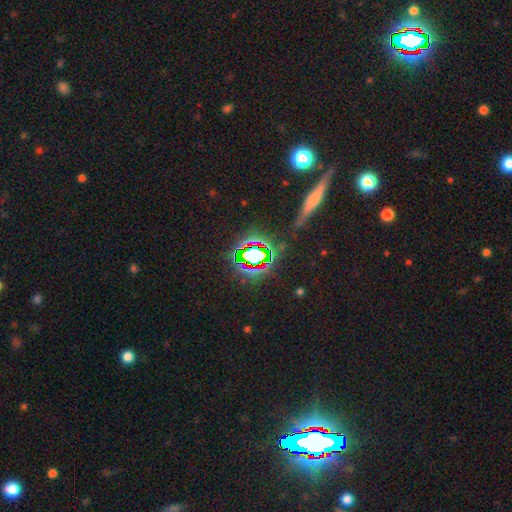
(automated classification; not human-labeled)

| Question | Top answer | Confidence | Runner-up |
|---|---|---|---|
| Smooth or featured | star or artifact | 73% | smooth (15%) |